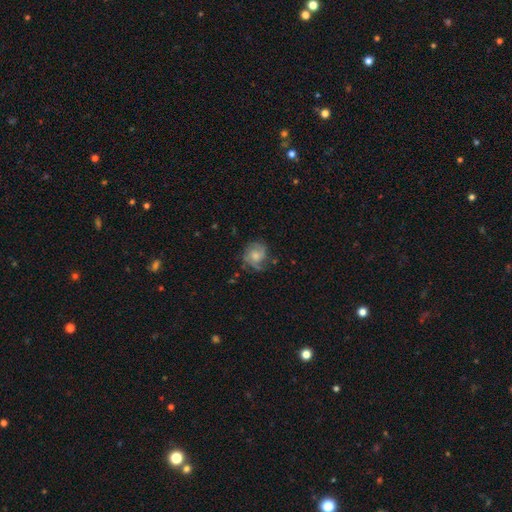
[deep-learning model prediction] Smooth or featured: featured or disk — 50% (smooth — 41%)
Edge-on disk: no — 97% (yes — 3%)
Merging: none — 59% (minor disturbance — 25%)